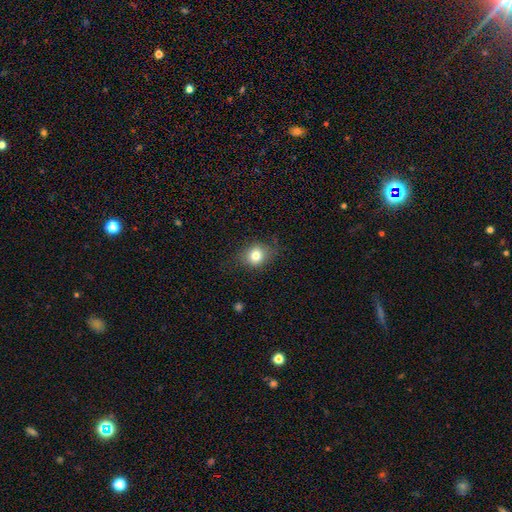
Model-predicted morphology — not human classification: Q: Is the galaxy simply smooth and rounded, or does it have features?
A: smooth — 78%.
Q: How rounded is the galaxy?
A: round — 67%.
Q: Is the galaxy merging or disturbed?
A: none — 75%.